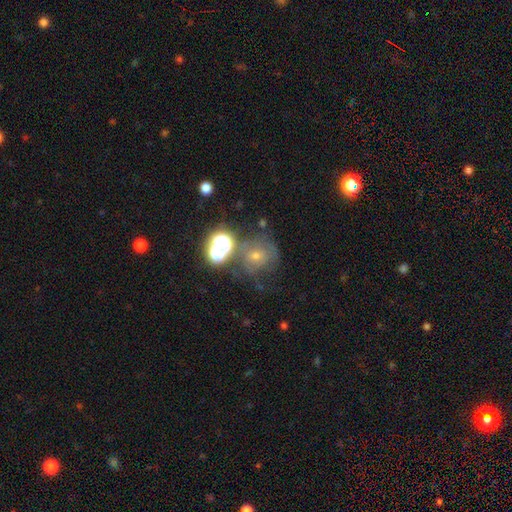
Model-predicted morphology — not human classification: smooth-or-featured: star or artifact: 37% | smooth: 33% | featured or disk: 31%